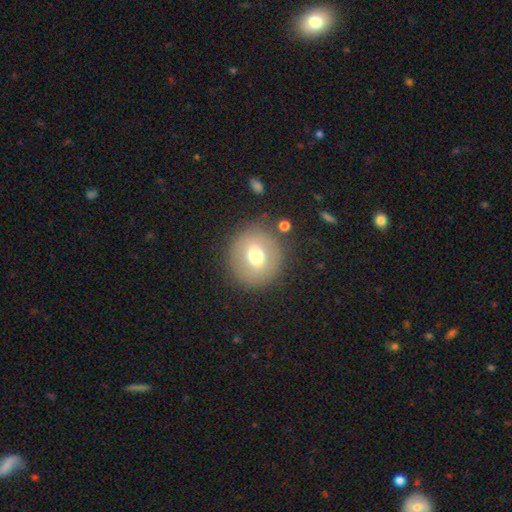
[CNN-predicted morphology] Smooth or featured?
  - smooth: 63% *
  - featured or disk: 26%
  - star or artifact: 10%
How rounded?
  - round: 90% *
  - in between: 9%
  - cigar-shaped: 1%
Merging?
  - none: 83% *
  - minor disturbance: 10%
  - major disturbance: 4%
  - merger: 3%